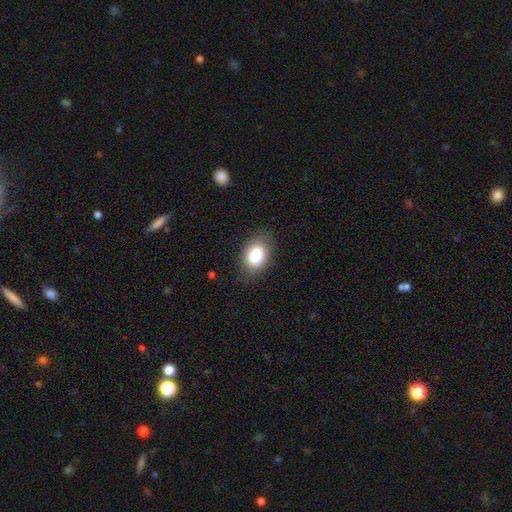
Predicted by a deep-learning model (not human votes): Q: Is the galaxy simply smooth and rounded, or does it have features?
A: smooth — 83%.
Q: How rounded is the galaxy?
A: in between — 79%.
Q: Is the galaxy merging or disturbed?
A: none — 74%.